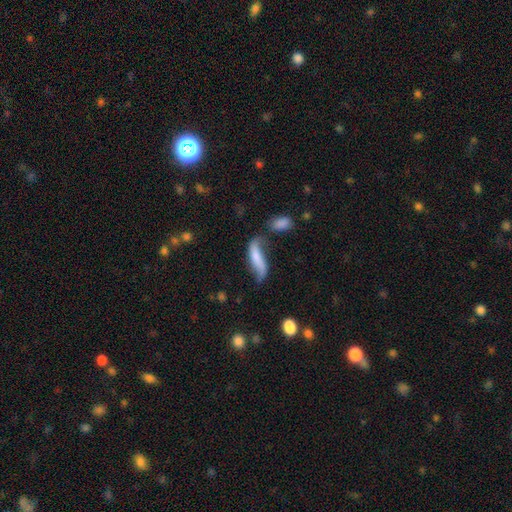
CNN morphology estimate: Smooth or featured: smooth — 51% (featured or disk — 42%)
How rounded: cigar-shaped — 55% (in between — 43%)
Merging: none — 34% (minor disturbance — 26%)